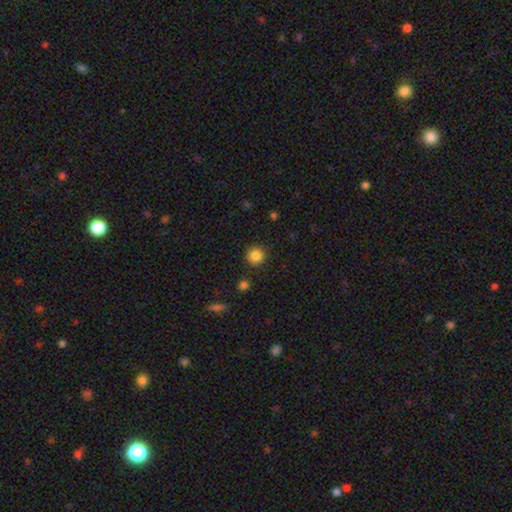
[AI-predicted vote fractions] Smooth or featured?
  - smooth: 86% *
  - star or artifact: 11%
  - featured or disk: 4%
How rounded?
  - round: 93% *
  - in between: 6%
  - cigar-shaped: 1%
Merging?
  - none: 89% *
  - minor disturbance: 7%
  - major disturbance: 2%
  - merger: 2%